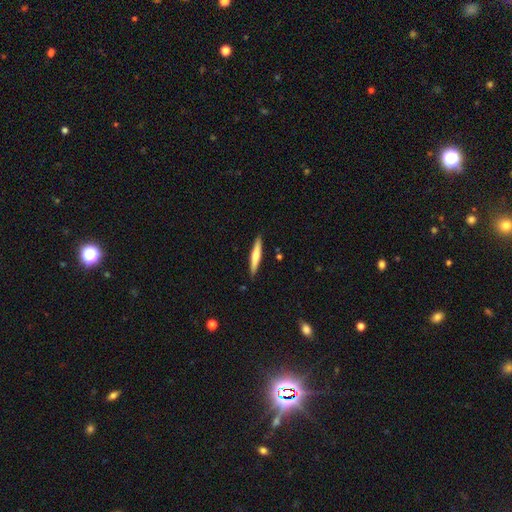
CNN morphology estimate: The model was most divided on "smooth or featured": smooth: 54%, featured or disk: 41%, star or artifact: 5%. More confident: how rounded — cigar-shaped (92%); merging — none (89%).